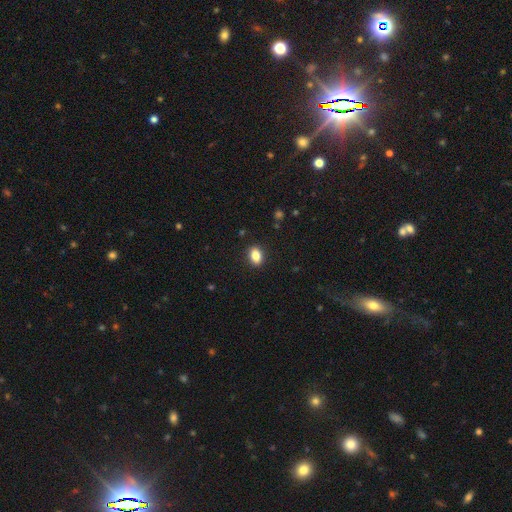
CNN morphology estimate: smooth 85%, star or artifact 9%, featured or disk 6%. Down the decision tree: how rounded — in between (78%); merging — none (89%).